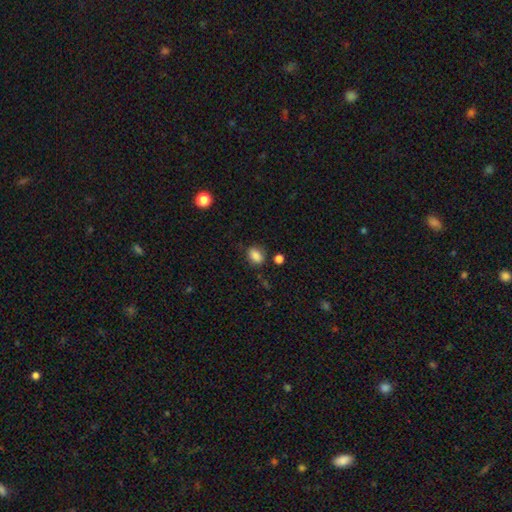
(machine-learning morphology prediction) smooth-or-featured: smooth: 84% | star or artifact: 10% | featured or disk: 6%
  how-rounded: in between: 72% | round: 27% | cigar-shaped: 2%
  merging: none: 75% | minor disturbance: 16% | major disturbance: 4% | merger: 4%